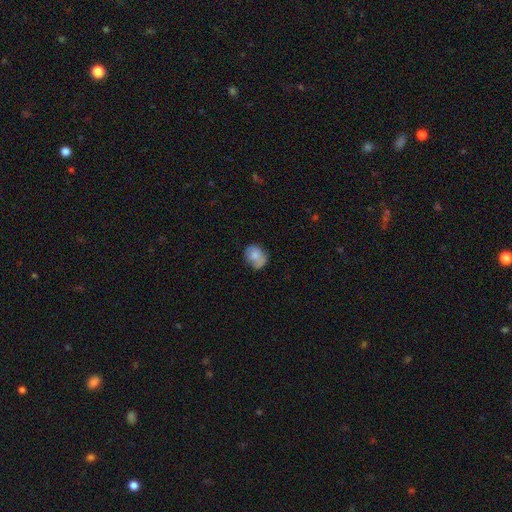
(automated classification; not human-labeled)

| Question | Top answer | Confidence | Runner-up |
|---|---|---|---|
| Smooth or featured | smooth | 70% | featured or disk (22%) |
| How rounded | round | 54% | in between (45%) |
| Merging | none | 53% | minor disturbance (32%) |